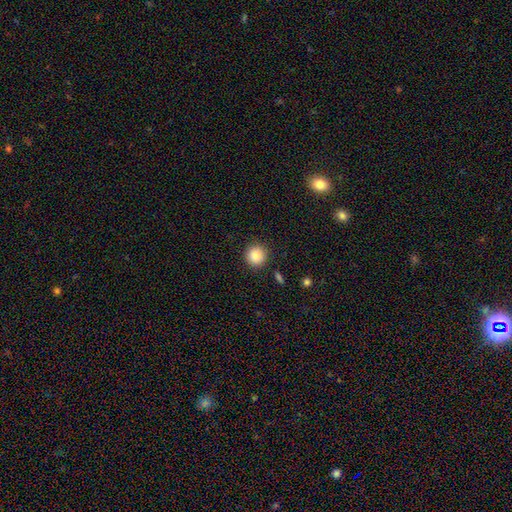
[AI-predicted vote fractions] A smooth galaxy with no disk features (87%) that is round (94%). Merging: none (90%).